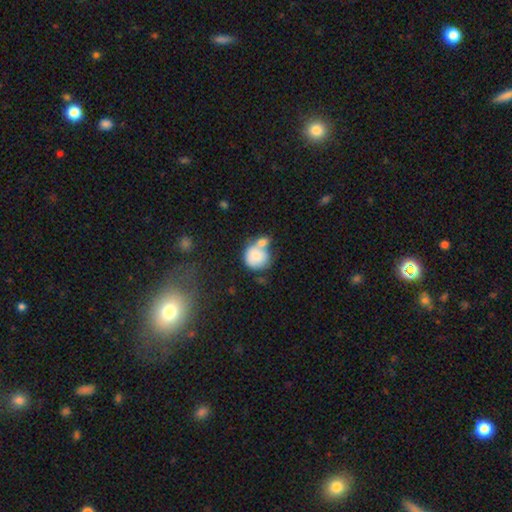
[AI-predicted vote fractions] A smooth galaxy with no disk features (77%) that is round (81%).

Vote fractions:
- Smooth or featured? smooth: 77% / featured or disk: 16% / star or artifact: 8%
- How rounded? round: 81% / in between: 18% / cigar-shaped: 1%
- Merging? merger: 47% / none: 32% / minor disturbance: 14% / major disturbance: 7%